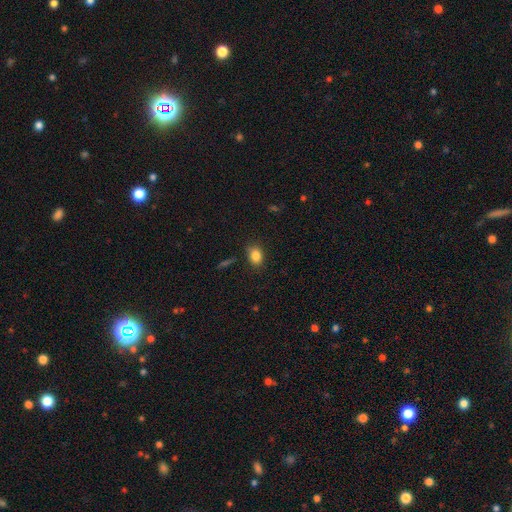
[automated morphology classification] smooth-or-featured: smooth: 84% | star or artifact: 10% | featured or disk: 6%
  how-rounded: in between: 70% | round: 28% | cigar-shaped: 2%
  merging: none: 82% | minor disturbance: 13% | major disturbance: 3% | merger: 2%